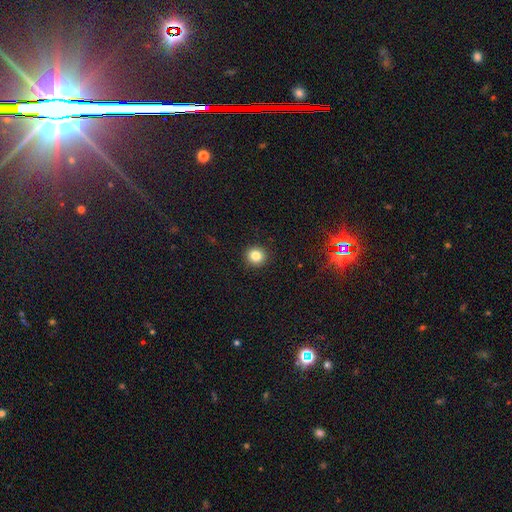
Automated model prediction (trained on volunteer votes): Overall: smooth (83%). How rounded: round (90%). Merging: none (92%).